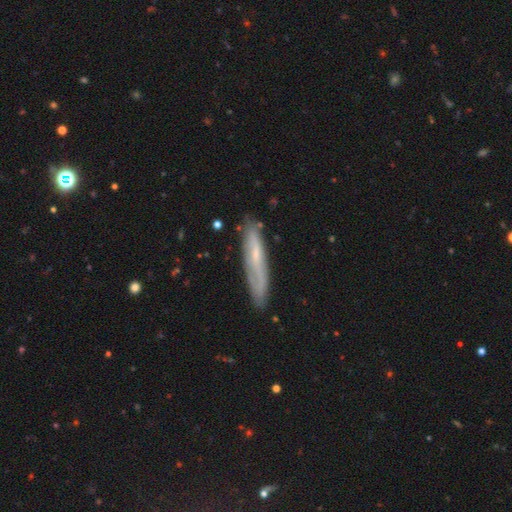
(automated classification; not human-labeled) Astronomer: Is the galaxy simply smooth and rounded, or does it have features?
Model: featured or disk — 53% (runner-up: smooth, 40%).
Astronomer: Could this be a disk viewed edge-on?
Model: yes — 59% (runner-up: no, 41%).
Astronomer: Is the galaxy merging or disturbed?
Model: none — 74%.